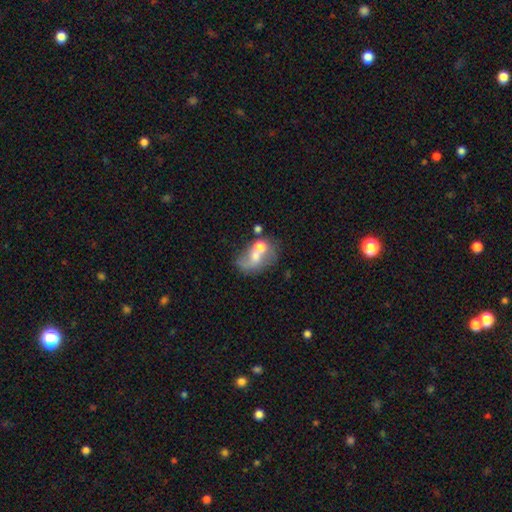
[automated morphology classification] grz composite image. It shows a featured or disk galaxy (47%). Merging: merger (45%).